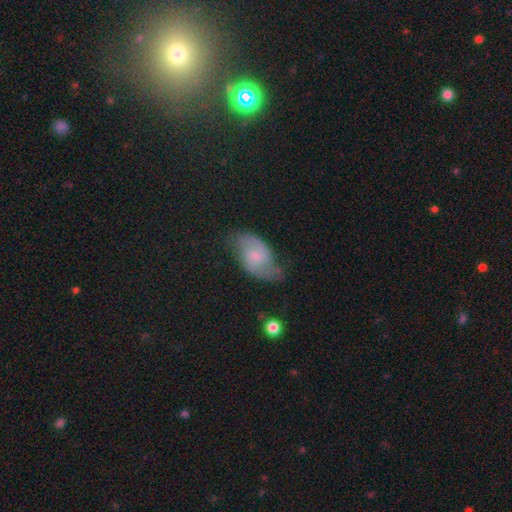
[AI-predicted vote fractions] smooth-or-featured: featured or disk: 67% | smooth: 25% | star or artifact: 8%
  disk-edge-on: no: 96% | yes: 4%
    bar: no: 48% | weak: 44% | strong: 8%
    has-spiral-arms: yes: 91% | no: 9%
      spiral-winding: medium: 48% | loose: 32% | tight: 20%
      spiral-arm-count: 2: 87% | can't tell: 7% | 1: 2% | 3: 1% | 4: 1% | more than 4: 1%
    bulge-size: small: 48% | moderate: 28% | none: 19% | large: 4% | dominant: 1%
  merging: none: 65% | minor disturbance: 23% | major disturbance: 9% | merger: 2%